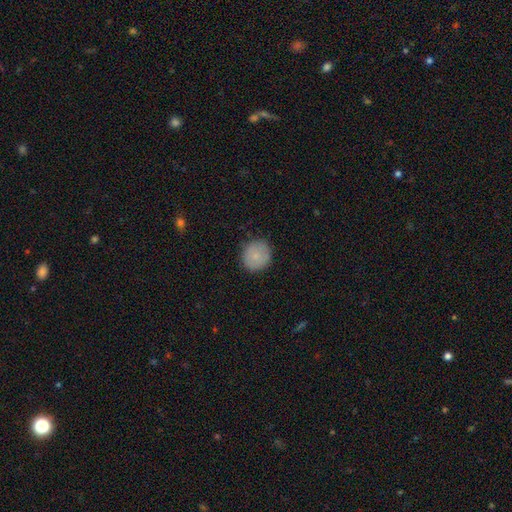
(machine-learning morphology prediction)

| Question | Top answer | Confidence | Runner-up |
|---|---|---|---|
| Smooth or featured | smooth | 81% | featured or disk (12%) |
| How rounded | round | 89% | in between (10%) |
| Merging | none | 85% | minor disturbance (12%) |